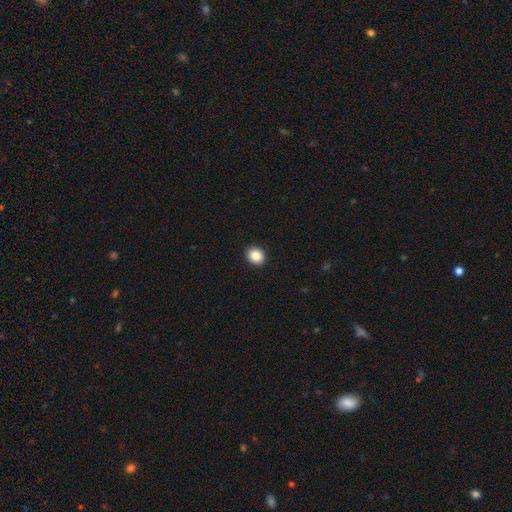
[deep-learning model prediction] Smooth or featured: smooth — 88% (star or artifact — 9%)
How rounded: round — 65% (in between — 34%)
Merging: none — 92% (minor disturbance — 5%)